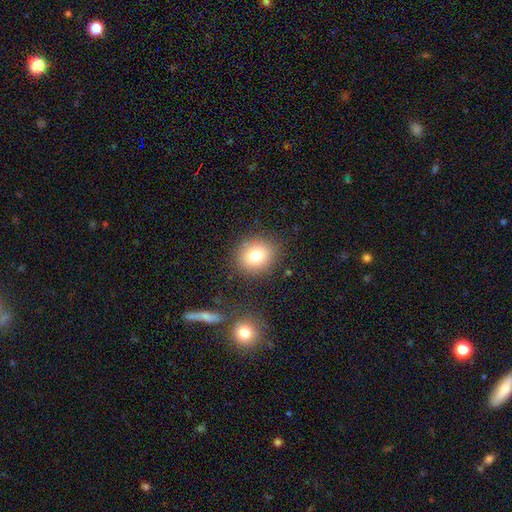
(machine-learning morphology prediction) type=smooth (77%); roundness=round (77%); merging=none (85%).